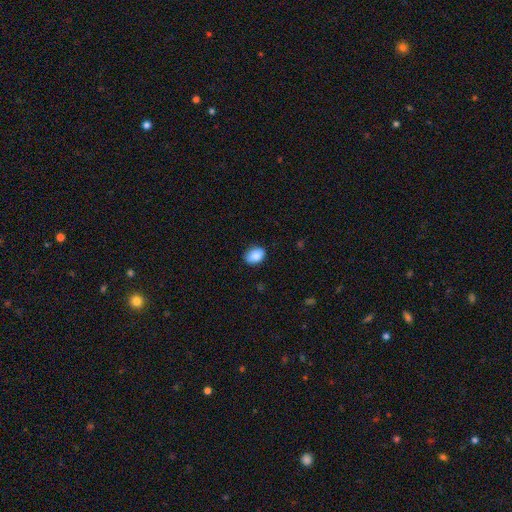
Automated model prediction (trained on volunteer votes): smooth-or-featured: smooth: 87% | star or artifact: 8% | featured or disk: 6%
  how-rounded: in between: 79% | round: 20% | cigar-shaped: 1%
  merging: none: 84% | minor disturbance: 13% | major disturbance: 2% | merger: 1%